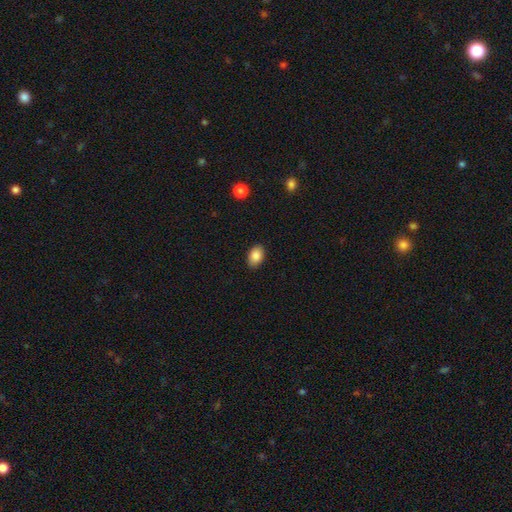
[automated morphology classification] smooth_or_featured: smooth (p=0.88) [alt: star or artifact p=0.08]
how_rounded: in between (p=0.87) [alt: round p=0.12]
merging: none (p=0.88) [alt: minor disturbance p=0.09]